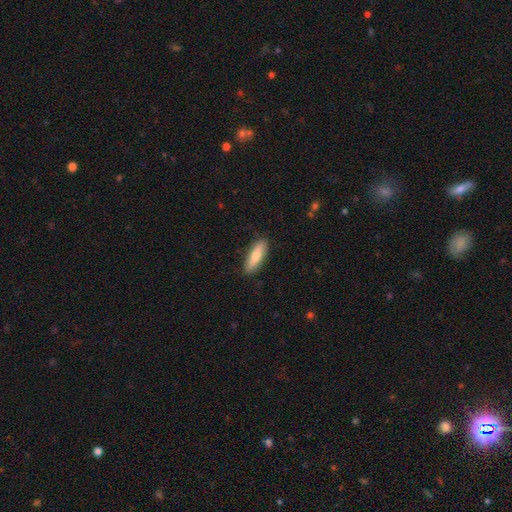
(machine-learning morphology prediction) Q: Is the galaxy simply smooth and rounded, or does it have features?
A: smooth — 72%.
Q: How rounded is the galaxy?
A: cigar-shaped — 55%.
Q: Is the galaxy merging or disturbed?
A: none — 88%.